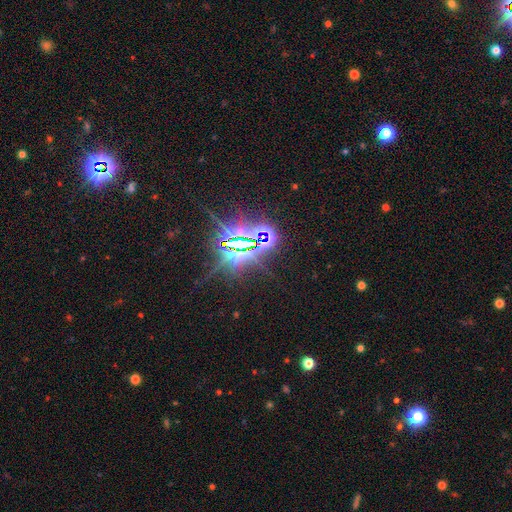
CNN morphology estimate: Q: Smooth or featured?
A: star or artifact (84%); runner-up: featured or disk (9%)